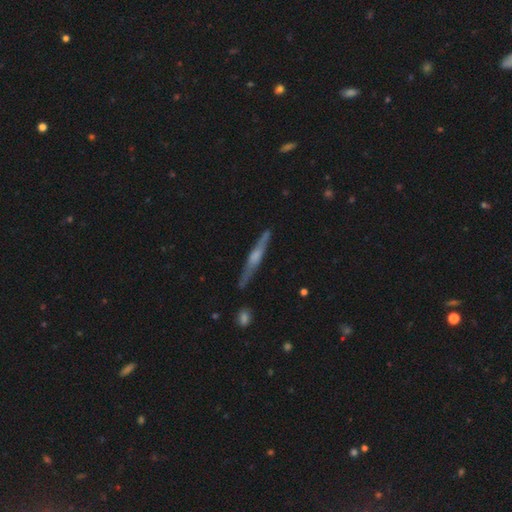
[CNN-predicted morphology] Smooth or featured?
  - featured or disk: 70% *
  - smooth: 23%
  - star or artifact: 6%
Edge-on disk?
  - yes: 96% *
  - no: 4%
Edge-on bulge?
  - rounded: 60% *
  - boxy: 22%
  - none: 17%
Merging?
  - none: 84% *
  - minor disturbance: 12%
  - major disturbance: 2%
  - merger: 2%